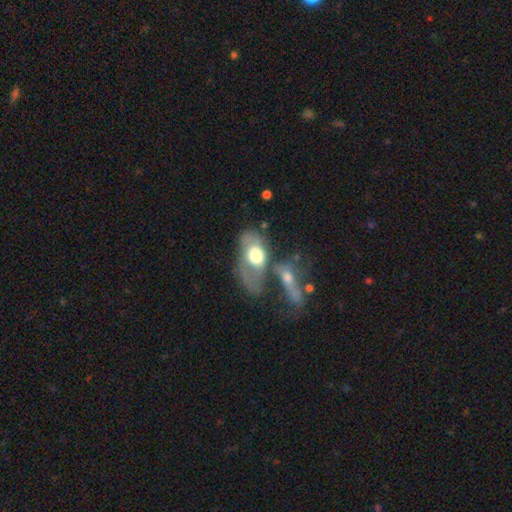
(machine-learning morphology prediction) Smooth or featured: smooth — 48% (featured or disk — 44%)
Merging: merger — 45% (major disturbance — 25%)